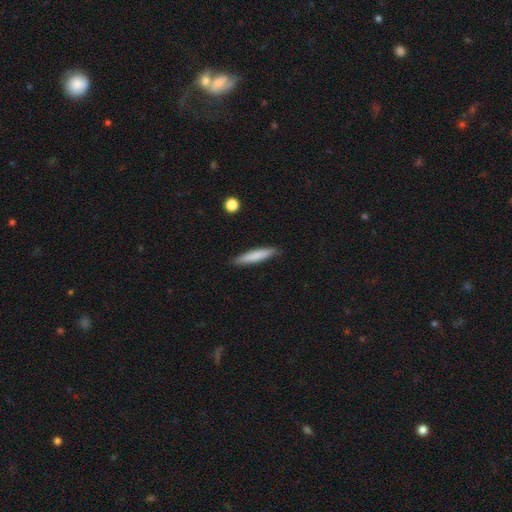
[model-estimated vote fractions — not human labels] Morphology: type=smooth (78%); roundness=cigar-shaped (90%); merging=none (87%).